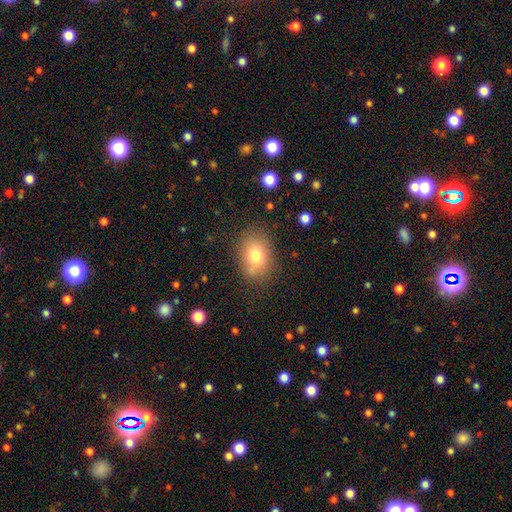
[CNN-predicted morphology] A smooth galaxy with no disk features (76%) that is in between round and cigar-shaped (68%).

Vote fractions:
- Smooth or featured? smooth: 76% / featured or disk: 13% / star or artifact: 10%
- How rounded? in between: 68% / round: 31% / cigar-shaped: 1%
- Merging? none: 78% / minor disturbance: 15% / major disturbance: 5% / merger: 2%